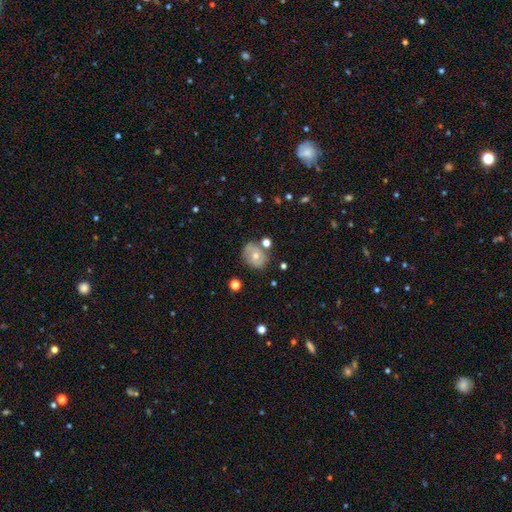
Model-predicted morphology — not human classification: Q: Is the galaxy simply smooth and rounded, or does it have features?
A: smooth — 49%.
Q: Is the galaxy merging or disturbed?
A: none — 71%.